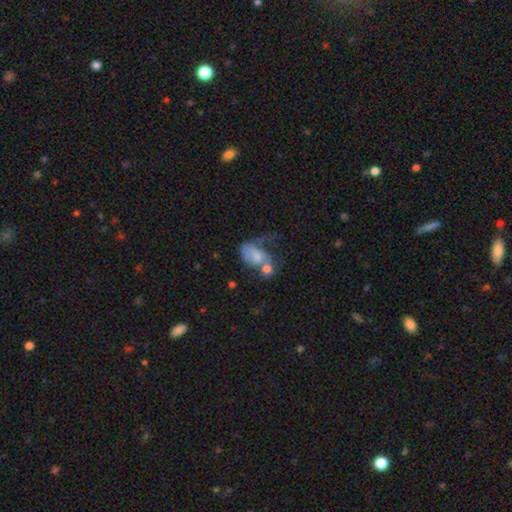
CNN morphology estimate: This appears to be a smooth galaxy with no disk features (54%) that is in between round and cigar-shaped (84%). Merging: merger (43%).